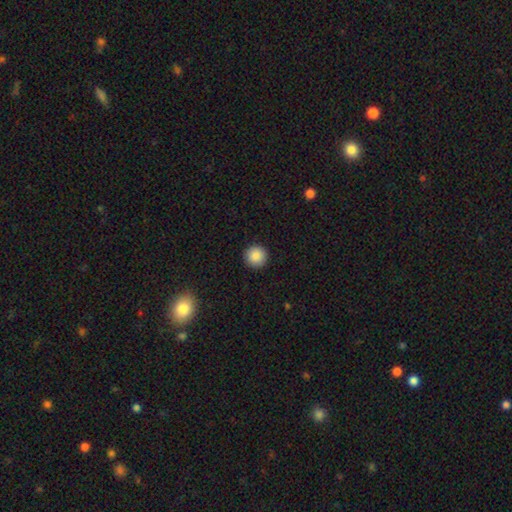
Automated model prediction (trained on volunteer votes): Overall: smooth (88%). How rounded: round (96%). Merging: none (93%).